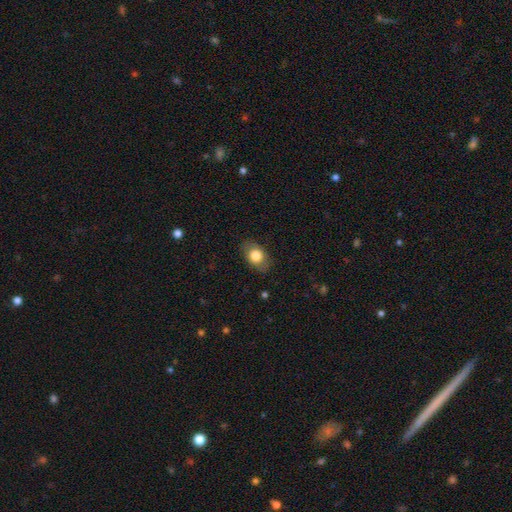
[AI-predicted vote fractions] Morphology: type=smooth (78%); roundness=in between (80%); merging=none (83%).